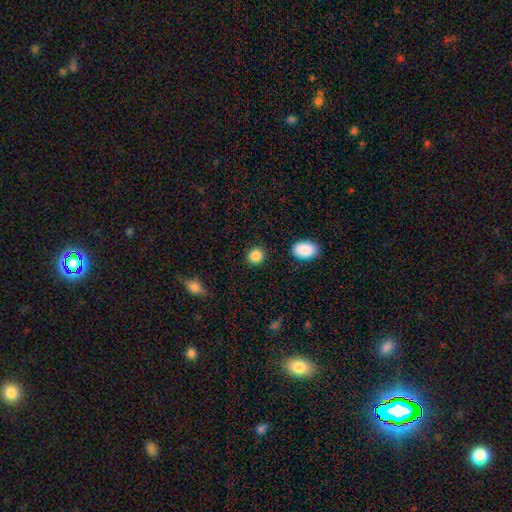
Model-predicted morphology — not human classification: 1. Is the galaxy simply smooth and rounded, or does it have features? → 88% smooth, 9% star or artifact, 3% featured or disk.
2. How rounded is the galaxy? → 80% round, 19% in between, 1% cigar-shaped.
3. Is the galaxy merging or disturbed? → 88% none, 7% minor disturbance, 2% major disturbance, 2% merger.